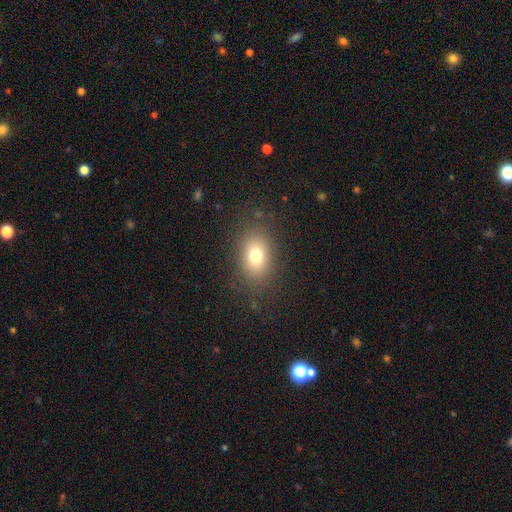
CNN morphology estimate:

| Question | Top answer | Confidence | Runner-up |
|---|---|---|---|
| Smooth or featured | smooth | 76% | star or artifact (12%) |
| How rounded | in between | 79% | round (20%) |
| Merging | none | 83% | minor disturbance (11%) |